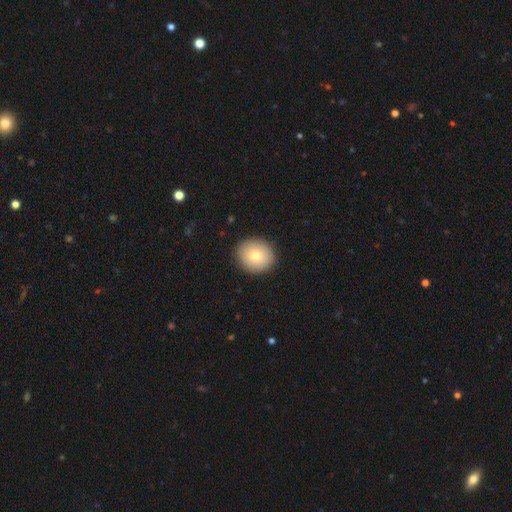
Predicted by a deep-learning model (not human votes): Morphology: type=smooth (78%); roundness=round (79%); merging=none (90%).